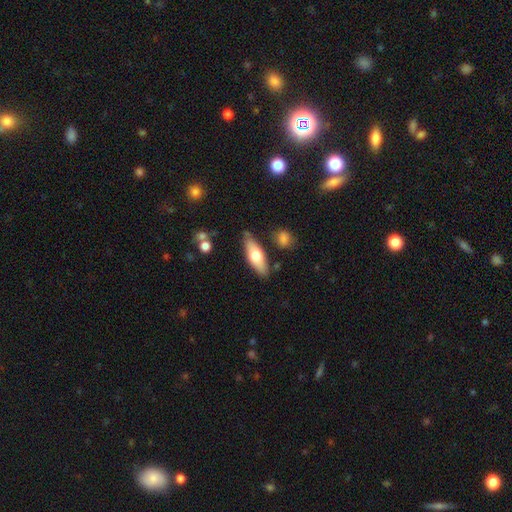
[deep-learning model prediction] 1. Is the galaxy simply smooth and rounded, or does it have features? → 60% smooth, 34% featured or disk, 6% star or artifact.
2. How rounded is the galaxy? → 58% in between, 39% cigar-shaped, 3% round.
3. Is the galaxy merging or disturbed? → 79% none, 14% minor disturbance, 4% merger, 3% major disturbance.